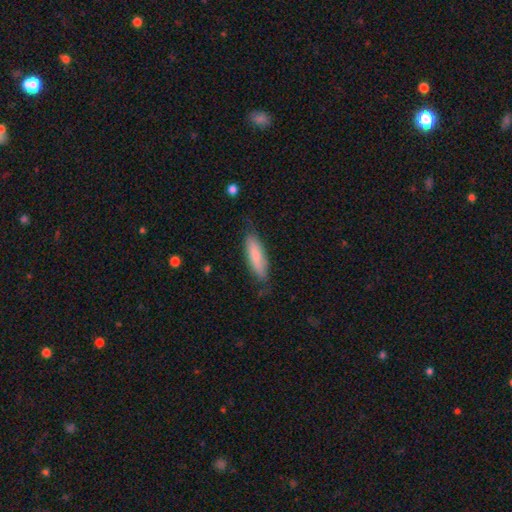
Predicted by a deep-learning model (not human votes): Smooth or featured: smooth — 77% (featured or disk — 18%)
How rounded: cigar-shaped — 54% (in between — 44%)
Merging: none — 75% (minor disturbance — 20%)